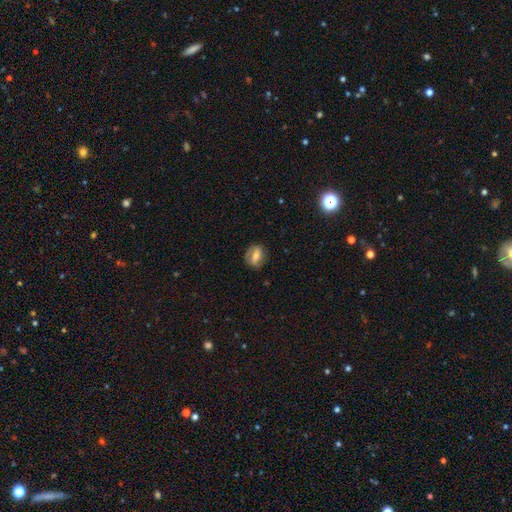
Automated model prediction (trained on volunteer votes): Smooth or featured?
  - smooth: 48% *
  - featured or disk: 43%
  - star or artifact: 9%
Merging?
  - none: 76% *
  - minor disturbance: 17%
  - major disturbance: 6%
  - merger: 1%